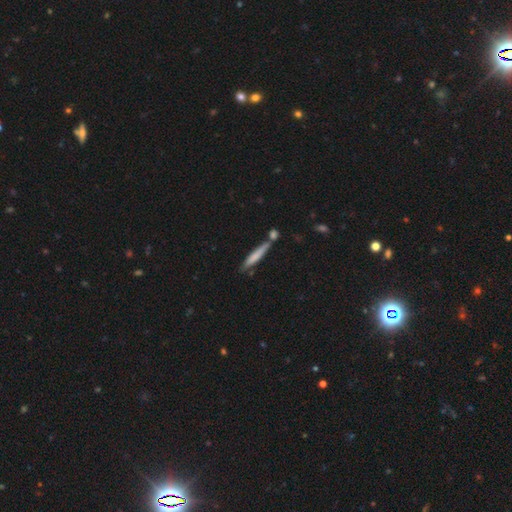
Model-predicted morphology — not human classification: smooth 69%, featured or disk 25%, star or artifact 6%. Down the decision tree: how rounded — cigar-shaped (93%); merging — none (68%).